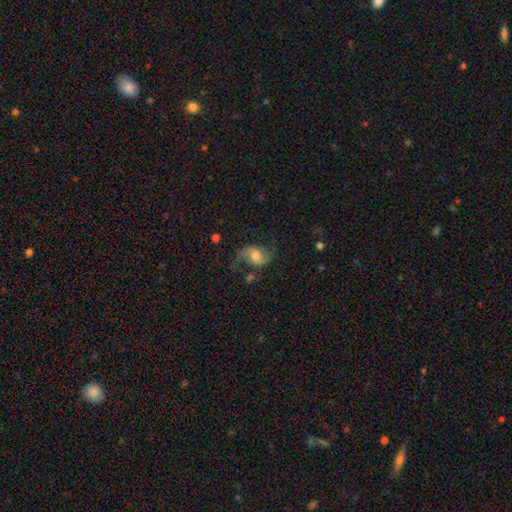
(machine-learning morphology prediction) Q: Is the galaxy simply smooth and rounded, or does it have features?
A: featured or disk — 71%.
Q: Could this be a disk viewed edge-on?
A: no — 97%.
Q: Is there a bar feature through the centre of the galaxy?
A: no — 55%.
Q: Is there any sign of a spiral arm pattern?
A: yes — 93%.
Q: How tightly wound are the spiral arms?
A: loose — 64%.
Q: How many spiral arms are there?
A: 2 — 90%.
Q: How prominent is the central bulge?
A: moderate — 50%.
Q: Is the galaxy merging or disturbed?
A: none — 62%.